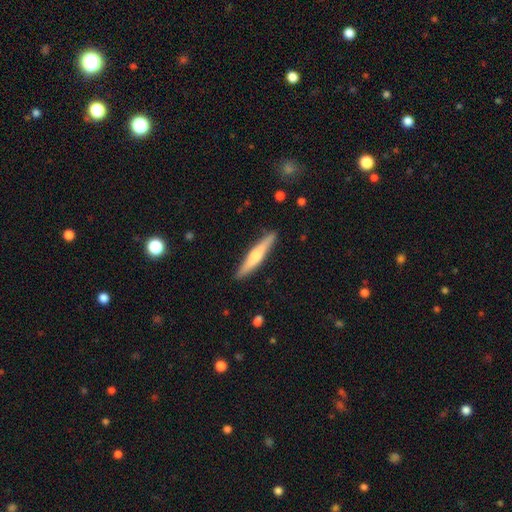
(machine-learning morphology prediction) A smooth galaxy with no disk features (54%) that is cigar-shaped (93%). Merging: none (89%).